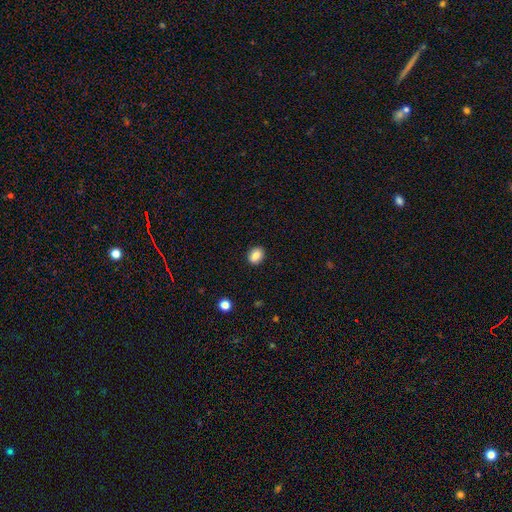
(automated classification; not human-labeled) Q: Smooth or featured?
A: smooth (85%); runner-up: star or artifact (9%)
Q: How rounded?
A: in between (57%); runner-up: round (42%)
Q: Merging?
A: none (89%); runner-up: minor disturbance (8%)